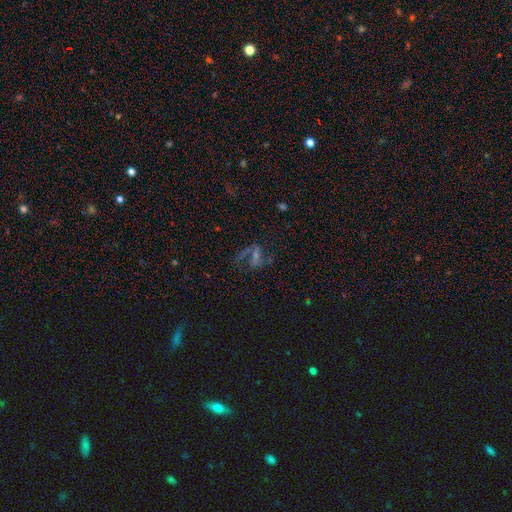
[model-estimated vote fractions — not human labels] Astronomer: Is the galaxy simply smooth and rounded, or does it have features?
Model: featured or disk — 65%.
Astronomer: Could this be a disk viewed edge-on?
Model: no — 95%.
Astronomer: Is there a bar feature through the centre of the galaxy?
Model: strong — 37%, tied with weak at 37%.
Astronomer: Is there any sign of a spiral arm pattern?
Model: yes — 85%.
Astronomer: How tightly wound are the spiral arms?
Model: loose — 56% (runner-up: medium, 34%).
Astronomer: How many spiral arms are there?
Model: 2 — 81%.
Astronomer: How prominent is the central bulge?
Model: small — 45% (runner-up: none, 30%).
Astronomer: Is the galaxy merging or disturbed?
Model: none — 60%.